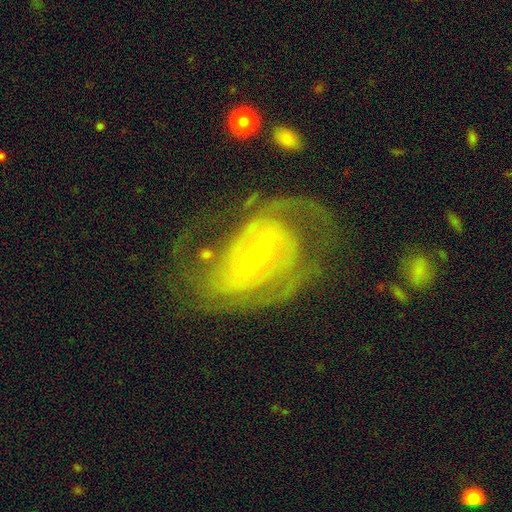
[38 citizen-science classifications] Smooth or featured? 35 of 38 (92%) said featured or disk. Edge-on disk? 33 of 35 (94%) said no. Bar? 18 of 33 (55%) said strong. Spiral arms? 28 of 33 (85%) said yes. Spiral winding? 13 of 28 (46%) said tight. Spiral arm count? 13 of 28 (46%) said can't tell. Bulge size? 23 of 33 (70%) said small. Merging? 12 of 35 (34%) said none.